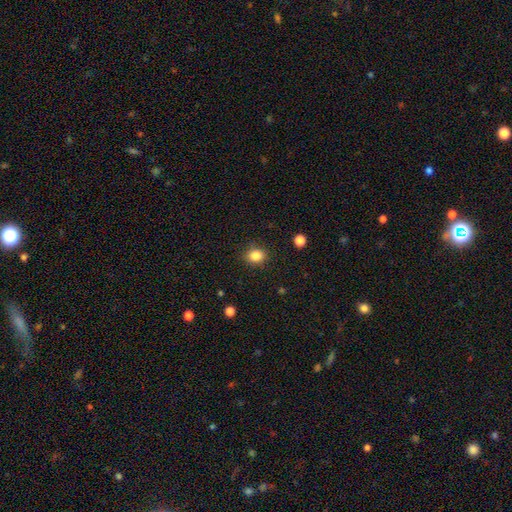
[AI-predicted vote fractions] Smooth or featured?
  - smooth: 85% *
  - star or artifact: 11%
  - featured or disk: 5%
How rounded?
  - round: 60% *
  - in between: 39%
  - cigar-shaped: 1%
Merging?
  - none: 86% *
  - minor disturbance: 10%
  - major disturbance: 3%
  - merger: 1%